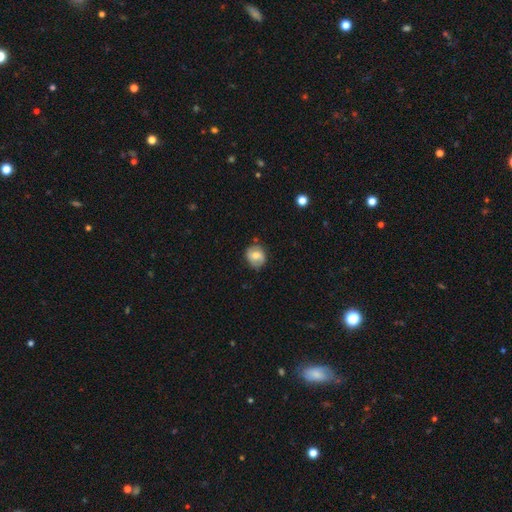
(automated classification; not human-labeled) Overall: smooth (59%; featured or disk 33%). How rounded: round (72%). Merging: none (72%).